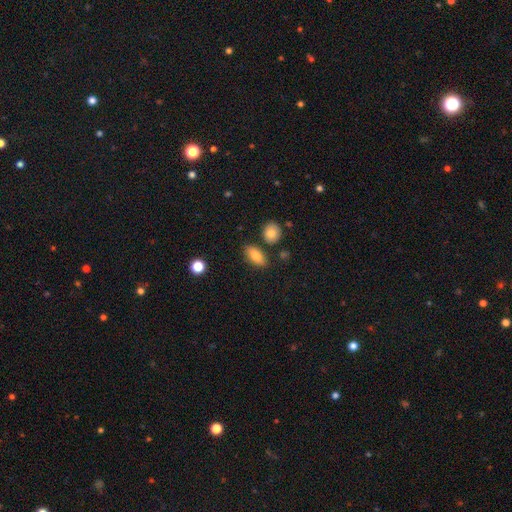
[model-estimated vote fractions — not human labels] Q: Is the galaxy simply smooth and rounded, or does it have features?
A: smooth — 81%.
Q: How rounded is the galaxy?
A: in between — 85%.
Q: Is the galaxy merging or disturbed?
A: none — 80%.